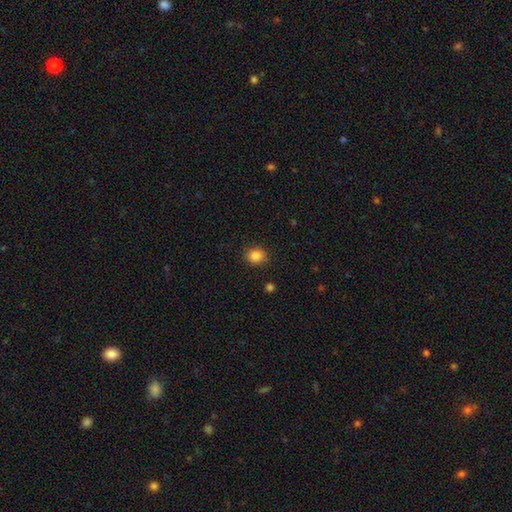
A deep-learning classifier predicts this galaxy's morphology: The model was most divided on "how rounded": round: 73%, in between: 26%, cigar-shaped: 1%. More confident: merging — none (86%); smooth or featured — smooth (86%).